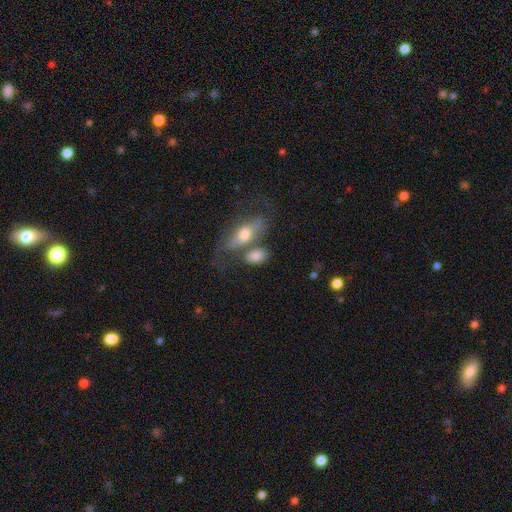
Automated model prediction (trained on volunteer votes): Q: Smooth or featured?
A: smooth (68%); runner-up: featured or disk (25%)
Q: How rounded?
A: in between (81%); runner-up: cigar-shaped (11%)
Q: Merging?
A: none (39%); runner-up: merger (36%)